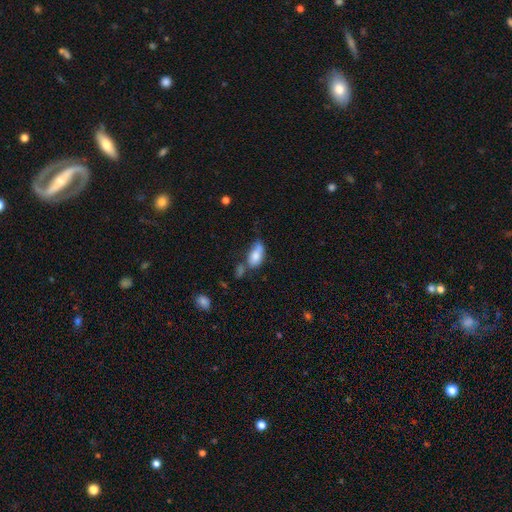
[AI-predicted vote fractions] smooth 74%, featured or disk 18%, star or artifact 8%. Down the decision tree: how rounded — in between (90%); merging — none (33%).